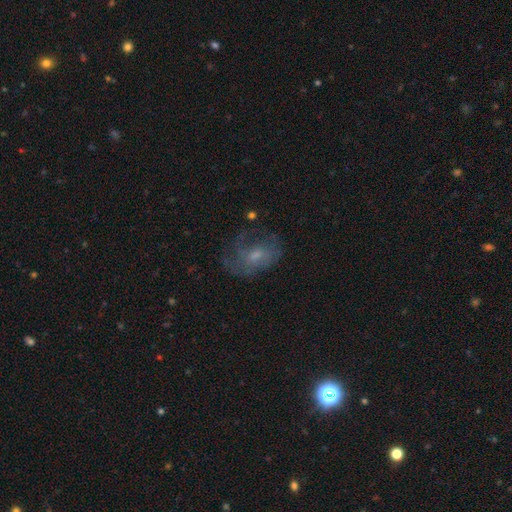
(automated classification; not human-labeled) A featured or disk galaxy (54%) with no bar (66%), spiral arms (62%) and a small central bulge (46%).

Vote fractions:
- Smooth or featured? featured or disk: 54% / smooth: 34% / star or artifact: 12%
- Edge-on disk? no: 96% / yes: 4%
- Bar? no: 66% / weak: 29% / strong: 4%
- Spiral arms? yes: 62% / no: 38%
- Bulge size? small: 46% / moderate: 42% / none: 8% / large: 3% / dominant: 1%
- Merging? none: 48% / major disturbance: 26% / minor disturbance: 23% / merger: 2%